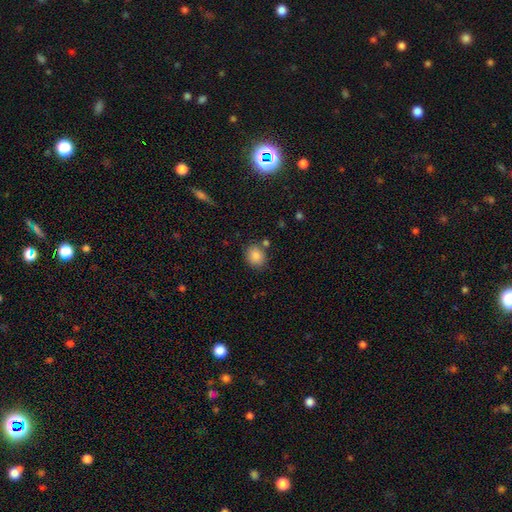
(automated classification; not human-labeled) Smooth or featured? Predicted: smooth (p=0.86). How rounded? Predicted: round (p=0.64). Merging? Predicted: none (p=0.77).